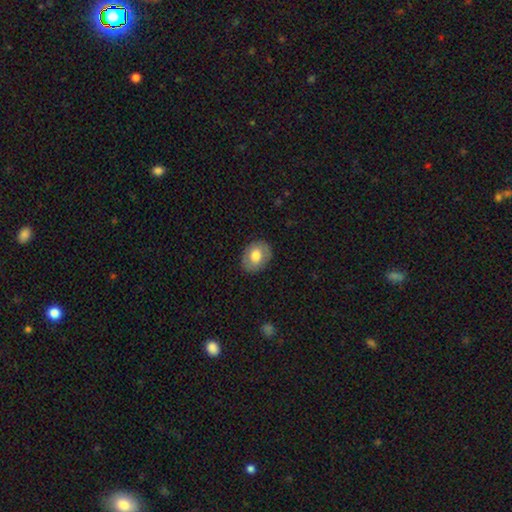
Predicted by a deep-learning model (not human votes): Q: Smooth or featured?
A: smooth (69%); runner-up: featured or disk (24%)
Q: How rounded?
A: in between (61%); runner-up: round (38%)
Q: Merging?
A: none (85%); runner-up: minor disturbance (11%)